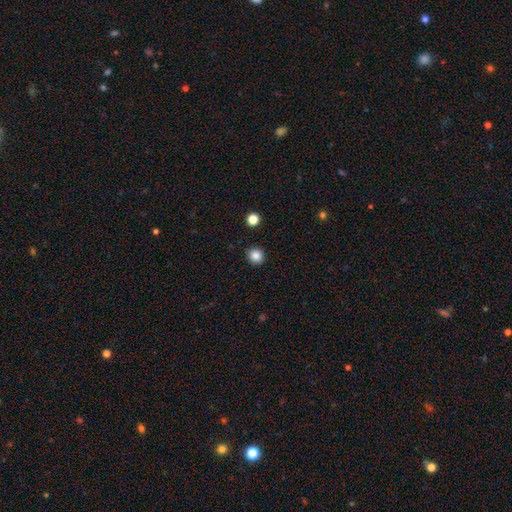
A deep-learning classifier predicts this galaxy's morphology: smooth-or-featured: smooth: 86% | star or artifact: 11% | featured or disk: 3%
  how-rounded: round: 92% | in between: 7% | cigar-shaped: 1%
  merging: none: 91% | minor disturbance: 6% | major disturbance: 2% | merger: 1%